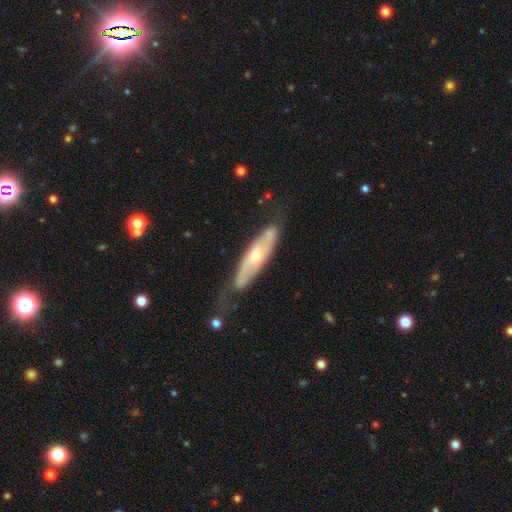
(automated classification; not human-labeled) Smooth or featured: featured or disk — 58% (smooth — 36%)
Edge-on disk: no — 59% (yes — 41%)
Merging: none — 58% (minor disturbance — 27%)